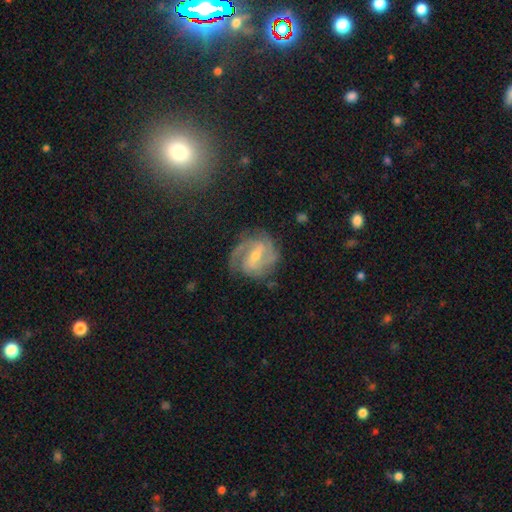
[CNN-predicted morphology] This appears to be a featured or disk galaxy (86%) with a weak bar (45%), 2 (42%) tight (46%) spiral arms (96%) and a small central bulge (51%). Merging: none (73%).